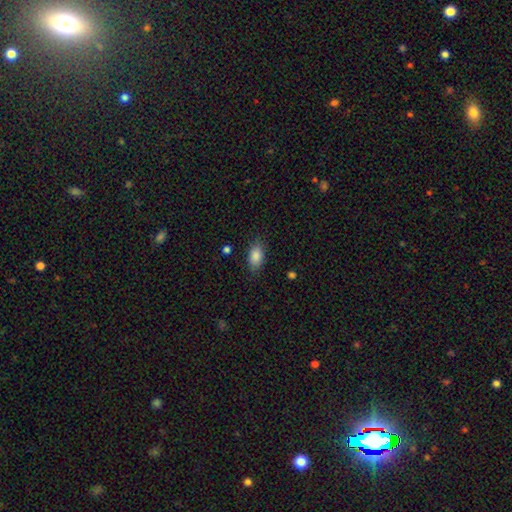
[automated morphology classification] This is clearly a smooth galaxy (86%). How rounded: clearly in between (89%). Merging: clearly none (81%).